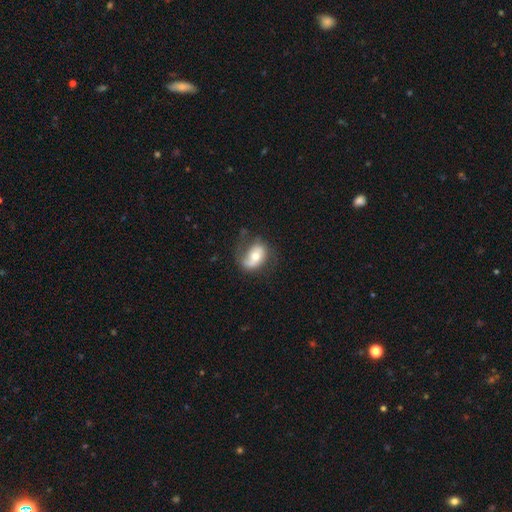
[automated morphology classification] type=featured or disk (51%); edge-on=no (95%); merging=none (49%).